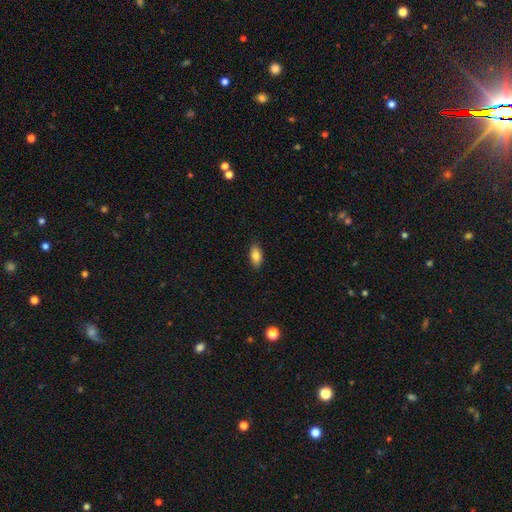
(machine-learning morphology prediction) A smooth galaxy with no disk features (84%) that is in between round and cigar-shaped (91%). Merging: none (88%).